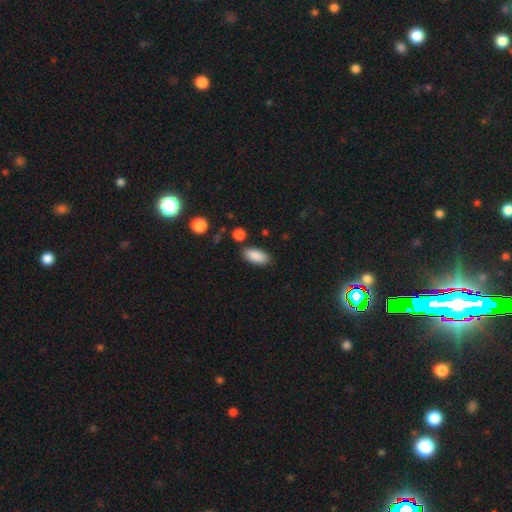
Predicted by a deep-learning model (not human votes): Smooth or featured? Predicted: smooth (p=0.88). How rounded? Predicted: in between (p=0.87). Merging? Predicted: none (p=0.84).